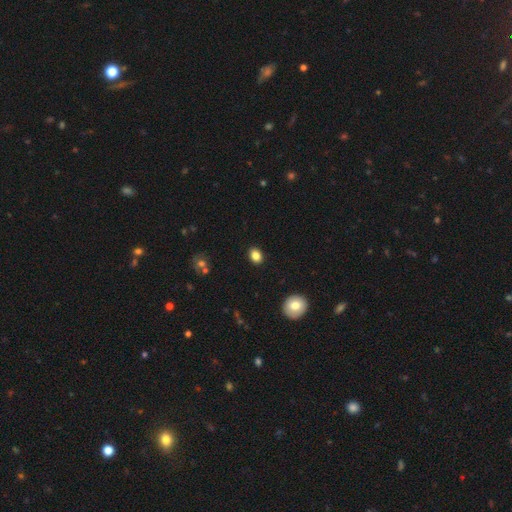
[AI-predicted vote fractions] smooth 84%, star or artifact 10%, featured or disk 6%. Down the decision tree: how rounded — in between (63%); merging — none (90%).